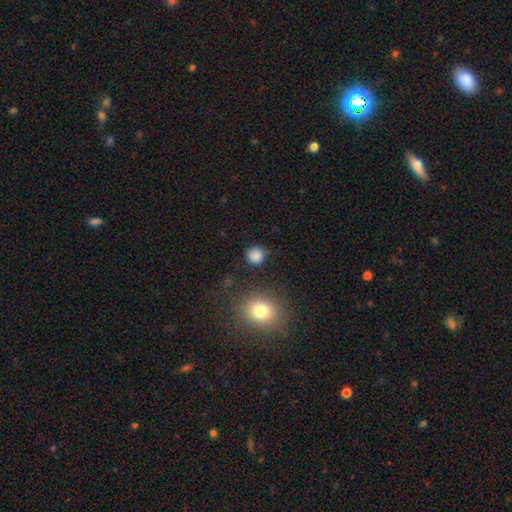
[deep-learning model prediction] Morphology: type=smooth (85%); roundness=round (91%); merging=none (85%).